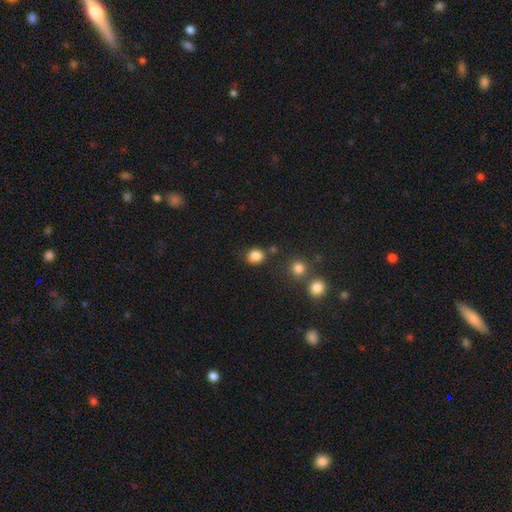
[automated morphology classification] type=smooth (84%); roundness=round (68%); merging=none (78%).